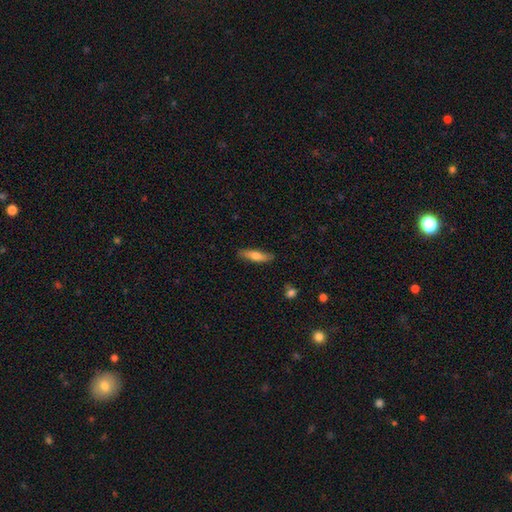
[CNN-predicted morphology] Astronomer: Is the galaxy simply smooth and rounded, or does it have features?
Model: smooth — 67%.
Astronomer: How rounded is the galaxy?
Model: cigar-shaped — 64%.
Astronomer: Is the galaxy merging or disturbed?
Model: none — 85%.